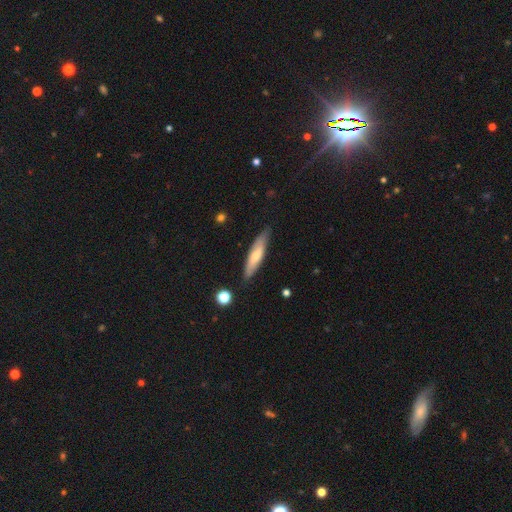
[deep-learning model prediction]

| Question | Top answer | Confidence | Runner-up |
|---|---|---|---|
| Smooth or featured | smooth | 61% | featured or disk (33%) |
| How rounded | cigar-shaped | 76% | in between (23%) |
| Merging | none | 79% | minor disturbance (16%) |